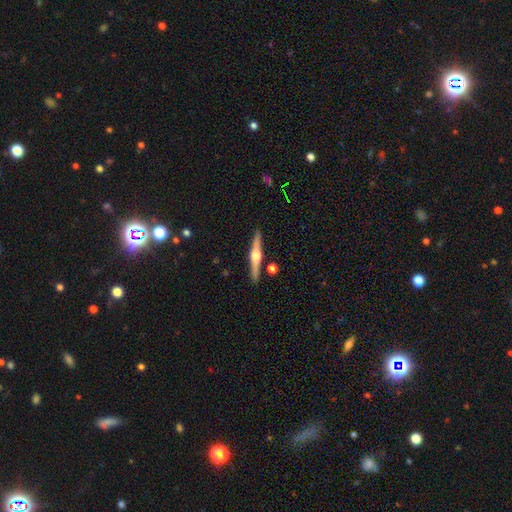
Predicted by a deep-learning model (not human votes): The model was most divided on "smooth or featured": featured or disk: 79%, smooth: 15%, star or artifact: 5%. More confident: edge-on disk — yes (98%); edge-on bulge — rounded (94%); merging — none (89%).